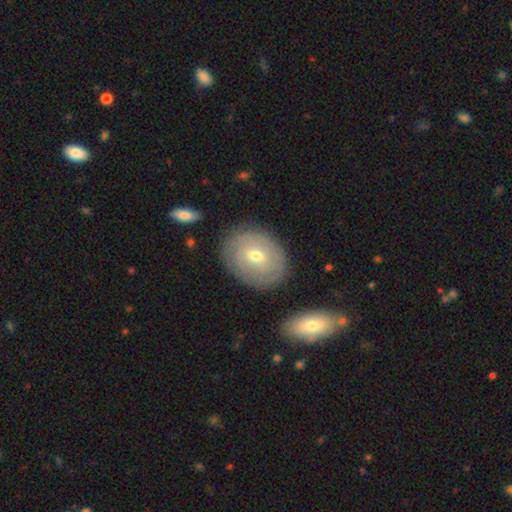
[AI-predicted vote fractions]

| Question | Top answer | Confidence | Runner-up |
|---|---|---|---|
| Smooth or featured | featured or disk | 58% | smooth (36%) |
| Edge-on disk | no | 95% | yes (5%) |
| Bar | no | 49% | weak (42%) |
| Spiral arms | yes | 64% | no (36%) |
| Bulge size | moderate | 51% | small (45%) |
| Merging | none | 81% | minor disturbance (13%) |